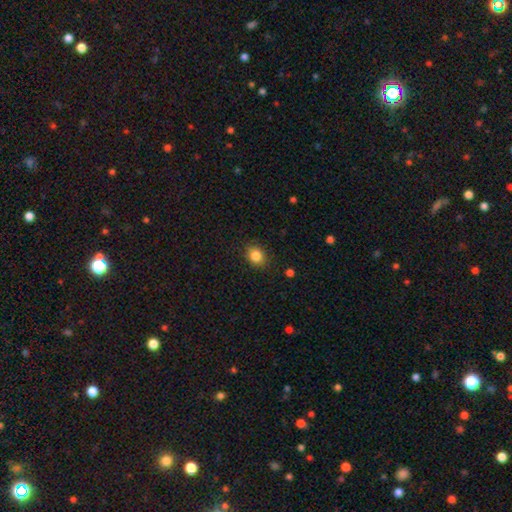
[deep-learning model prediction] smooth-or-featured: smooth: 85% | star or artifact: 10% | featured or disk: 5%
  how-rounded: round: 57% | in between: 42% | cigar-shaped: 1%
  merging: none: 86% | minor disturbance: 10% | major disturbance: 3% | merger: 1%